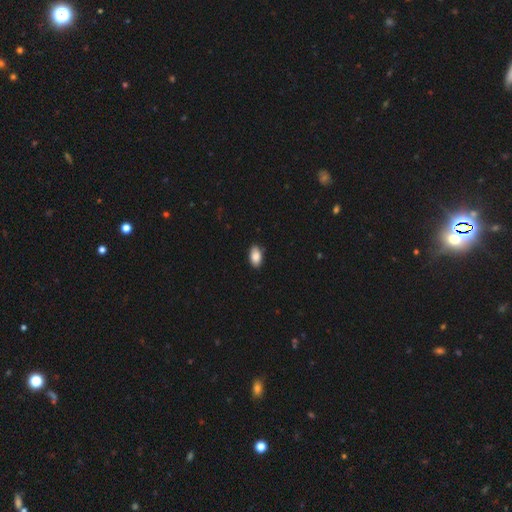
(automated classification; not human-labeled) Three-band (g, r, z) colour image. It shows a smooth galaxy with no disk features (87%) that is in between round and cigar-shaped (93%). Merging: none (87%).